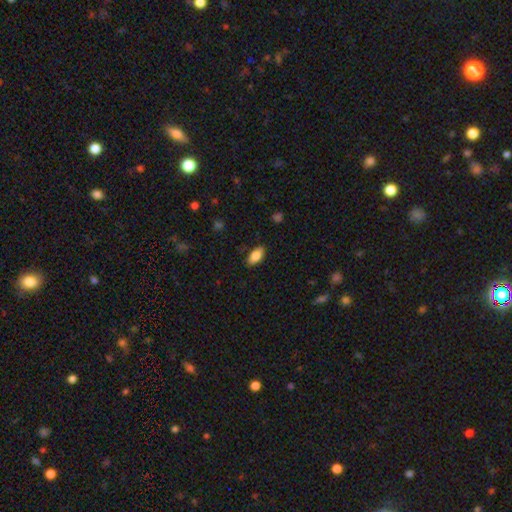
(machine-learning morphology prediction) Smooth or featured: smooth — 84% (featured or disk — 9%)
How rounded: in between — 89% (cigar-shaped — 8%)
Merging: none — 85% (minor disturbance — 11%)